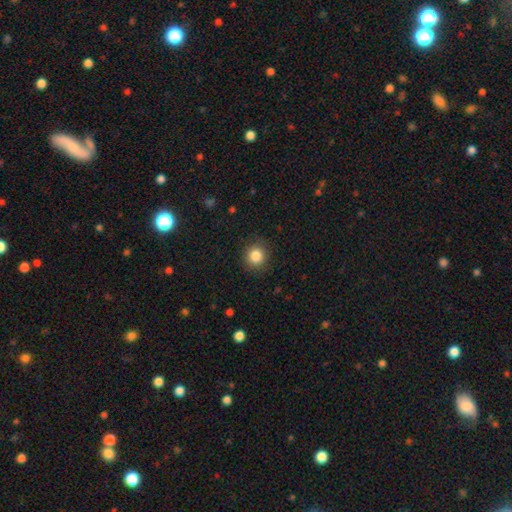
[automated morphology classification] type=smooth (85%); roundness=round (87%); merging=none (88%).